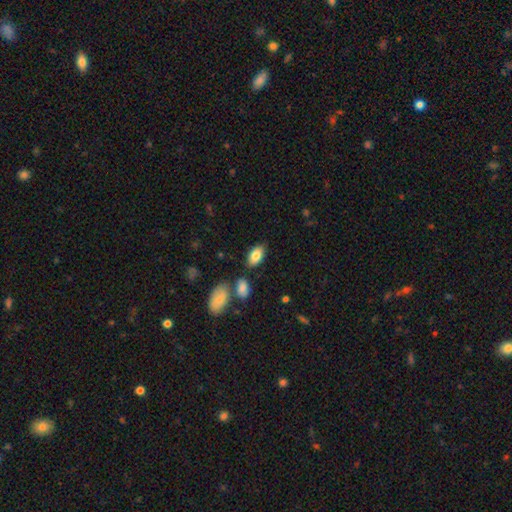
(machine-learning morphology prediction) Smooth or featured: smooth — 83% (featured or disk — 10%)
How rounded: in between — 93% (round — 4%)
Merging: none — 80% (minor disturbance — 11%)